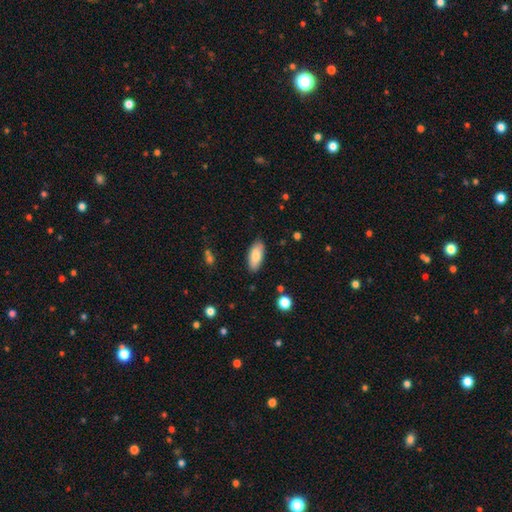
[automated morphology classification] smooth 82%, featured or disk 12%, star or artifact 6%. Down the decision tree: how rounded — in between (86%); merging — none (85%).